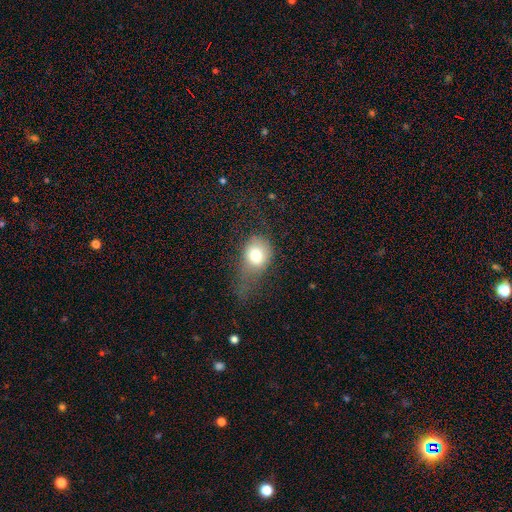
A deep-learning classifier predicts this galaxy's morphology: Smooth or featured?
  - smooth: 75% *
  - featured or disk: 15%
  - star or artifact: 10%
How rounded?
  - round: 53% *
  - in between: 45%
  - cigar-shaped: 2%
Merging?
  - major disturbance: 41% *
  - minor disturbance: 29%
  - none: 27%
  - merger: 3%